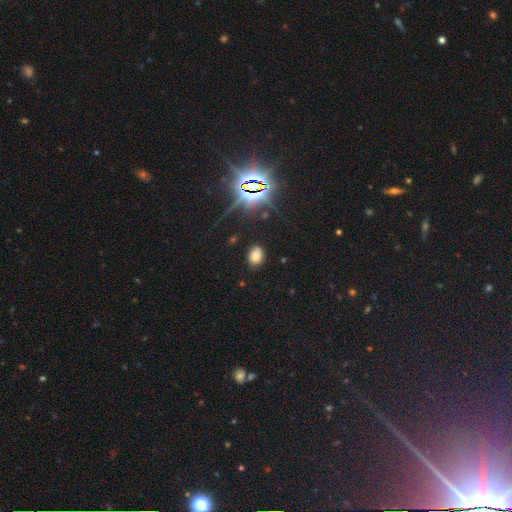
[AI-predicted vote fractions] Morphology: type=smooth (71%); roundness=in between (74%); merging=none (83%).